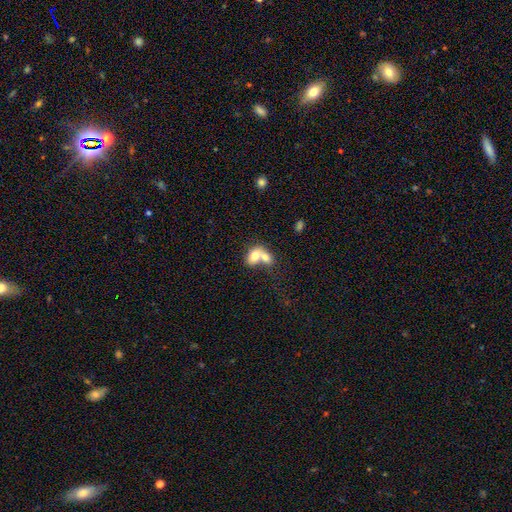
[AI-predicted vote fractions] Smooth or featured: smooth — 71% (featured or disk — 21%)
How rounded: in between — 76% (round — 22%)
Merging: merger — 75% (none — 15%)